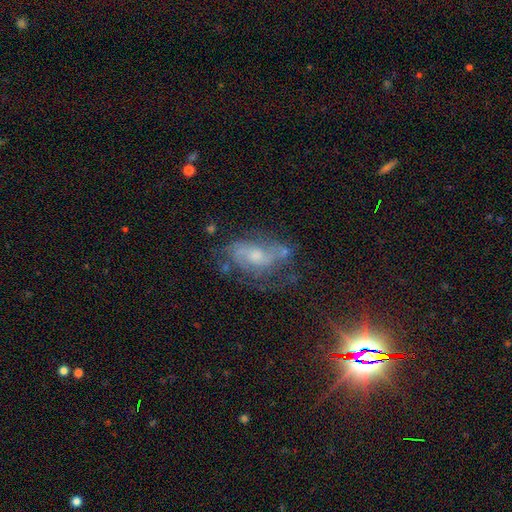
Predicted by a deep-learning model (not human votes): This is likely a featured or disk galaxy (67%). It is clearly not viewed edge-on (94%). Bar: likely no (60%). Spiral arm pattern: clearly yes (82%). Spiral arm count: possibly 2 (49%). Spiral winding: possibly medium (45%). Central bulge: possibly moderate (46%). Merging: possibly none (55%).